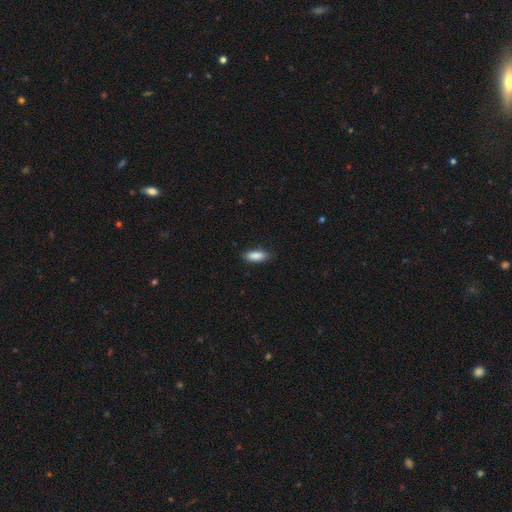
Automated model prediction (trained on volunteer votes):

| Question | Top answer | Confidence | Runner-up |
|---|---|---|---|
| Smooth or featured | smooth | 87% | featured or disk (7%) |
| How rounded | in between | 74% | cigar-shaped (24%) |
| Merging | none | 83% | minor disturbance (13%) |